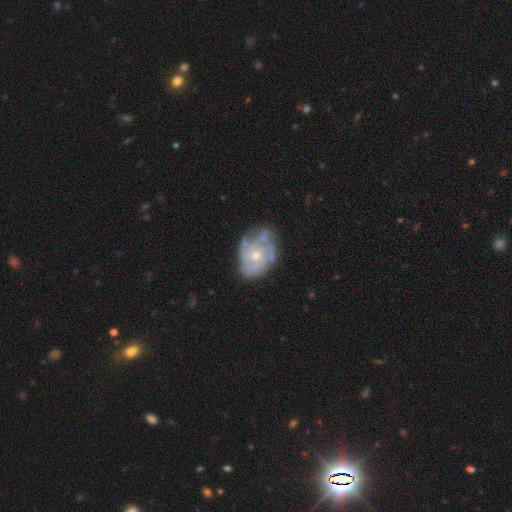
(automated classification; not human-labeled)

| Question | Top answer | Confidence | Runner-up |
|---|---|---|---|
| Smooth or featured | featured or disk | 76% | smooth (18%) |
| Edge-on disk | no | 97% | yes (3%) |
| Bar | no | 81% | weak (17%) |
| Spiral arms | yes | 77% | no (23%) |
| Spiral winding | tight | 53% | medium (35%) |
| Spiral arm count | can't tell | 43% | 3 (20%) |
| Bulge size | small | 54% | moderate (43%) |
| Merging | none | 56% | minor disturbance (27%) |